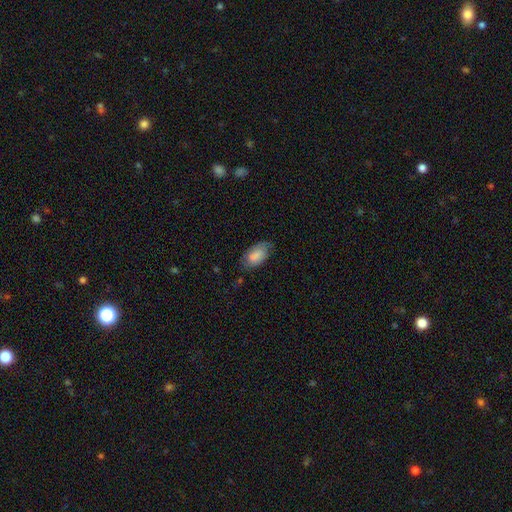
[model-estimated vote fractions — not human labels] A smooth galaxy with no disk features (80%) that is in between round and cigar-shaped (94%).

Vote fractions:
- Smooth or featured? smooth: 80% / featured or disk: 14% / star or artifact: 7%
- How rounded? in between: 94% / round: 4% / cigar-shaped: 3%
- Merging? none: 64% / minor disturbance: 27% / major disturbance: 7% / merger: 2%